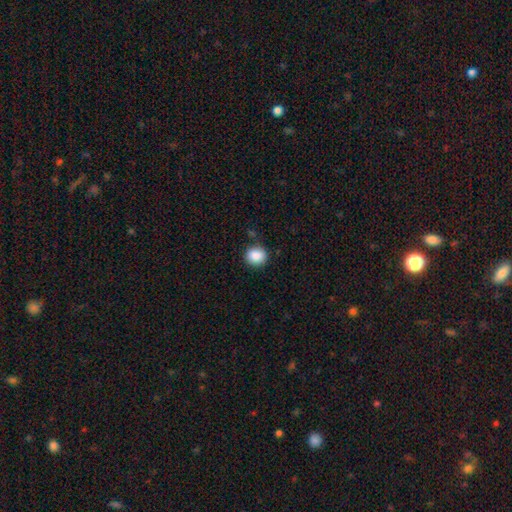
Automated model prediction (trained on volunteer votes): This is clearly a smooth galaxy (88%). How rounded: likely round (80%). Merging: clearly none (85%).